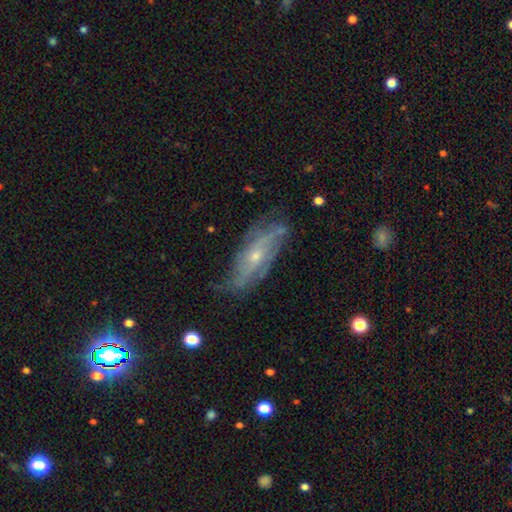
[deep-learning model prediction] This appears to be a featured or disk galaxy (76%) with no bar (70%), medium (40%) spiral arms (84%) and a small central bulge (65%). Merging: none (62%).